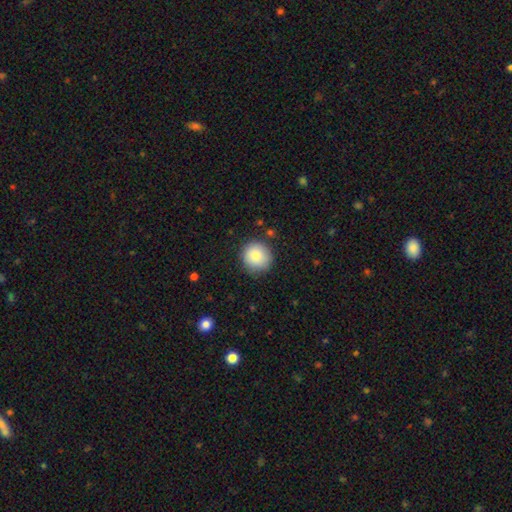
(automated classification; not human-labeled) This is clearly a smooth galaxy (85%). How rounded: clearly round (94%). Merging: clearly none (86%).